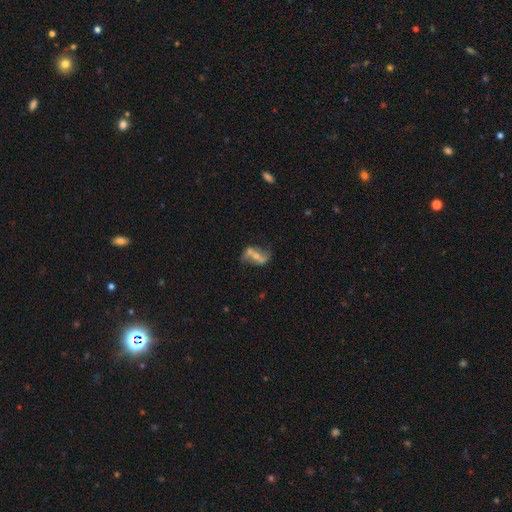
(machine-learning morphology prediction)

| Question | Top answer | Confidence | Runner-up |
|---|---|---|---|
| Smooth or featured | featured or disk | 68% | smooth (23%) |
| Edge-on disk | no | 92% | yes (8%) |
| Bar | strong | 43% | weak (30%) |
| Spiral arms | yes | 70% | no (30%) |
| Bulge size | moderate | 46% | small (43%) |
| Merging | none | 52% | merger (18%) |